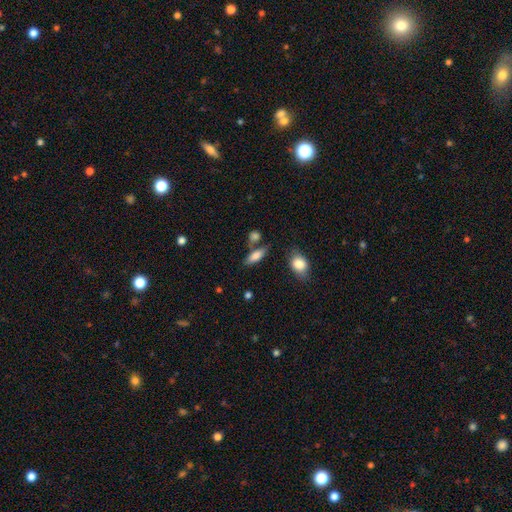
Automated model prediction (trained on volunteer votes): Smooth or featured? smooth (75%)
How rounded? in between (62%)
Merging? none (64%)